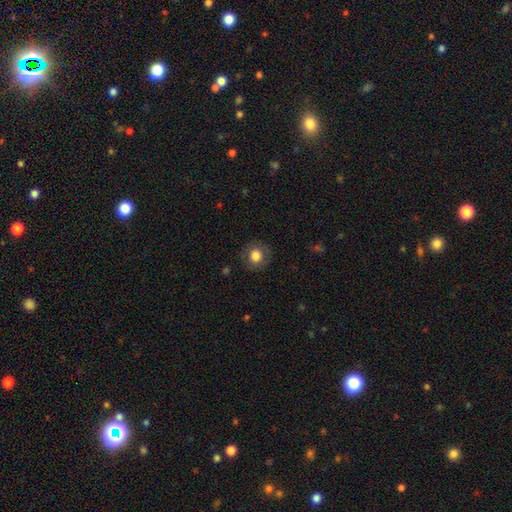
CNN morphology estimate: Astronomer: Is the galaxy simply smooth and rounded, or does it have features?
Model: smooth — 79%.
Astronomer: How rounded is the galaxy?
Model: round — 86%.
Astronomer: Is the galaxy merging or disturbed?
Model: none — 85%.